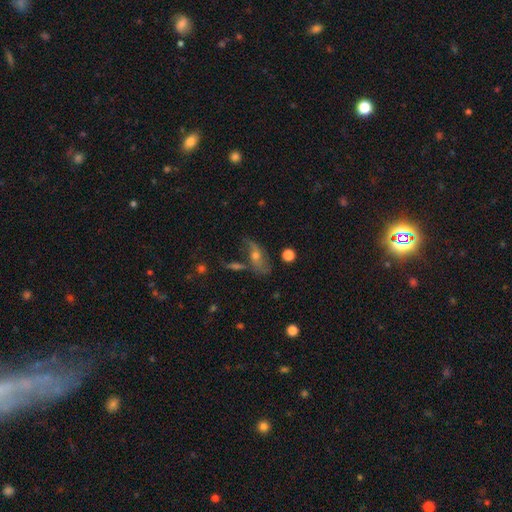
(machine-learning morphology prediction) A featured or disk galaxy (55%).

Vote fractions:
- Smooth or featured? featured or disk: 55% / smooth: 32% / star or artifact: 13%
- Edge-on disk? no: 79% / yes: 21%
- Merging? none: 52% / minor disturbance: 21% / major disturbance: 16% / merger: 11%